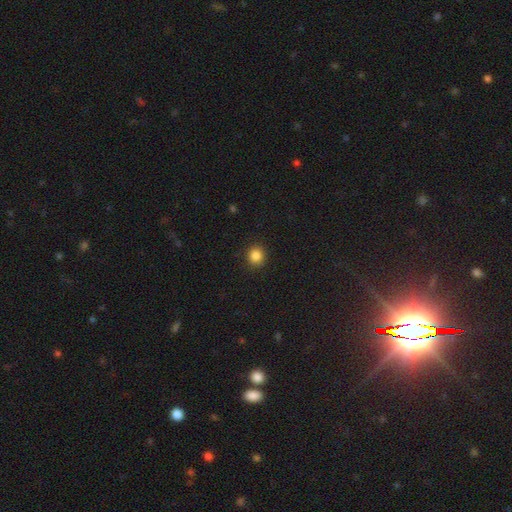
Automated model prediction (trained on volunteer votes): Smooth or featured?
  - smooth: 85% *
  - star or artifact: 11%
  - featured or disk: 4%
How rounded?
  - round: 89% *
  - in between: 10%
  - cigar-shaped: 1%
Merging?
  - none: 91% *
  - minor disturbance: 6%
  - major disturbance: 2%
  - merger: 1%